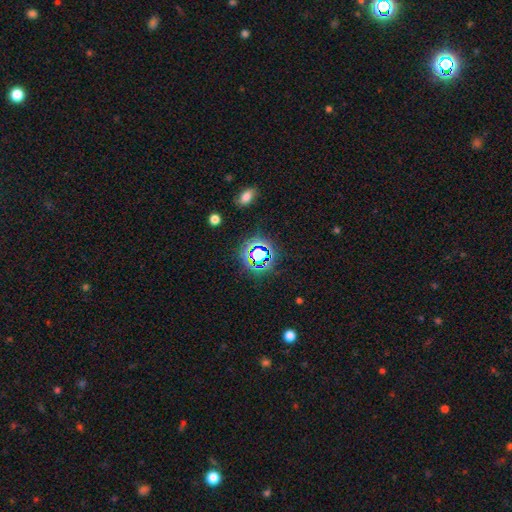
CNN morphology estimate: Overall: star or artifact (67%).